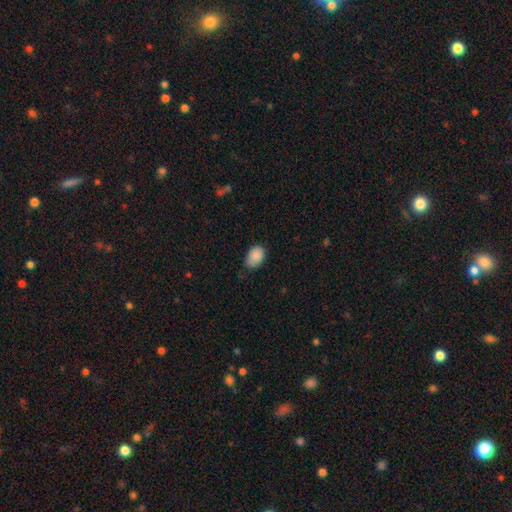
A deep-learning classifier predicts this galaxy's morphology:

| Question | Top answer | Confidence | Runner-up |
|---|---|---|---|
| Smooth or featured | smooth | 87% | star or artifact (7%) |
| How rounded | in between | 85% | round (14%) |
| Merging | none | 63% | minor disturbance (31%) |